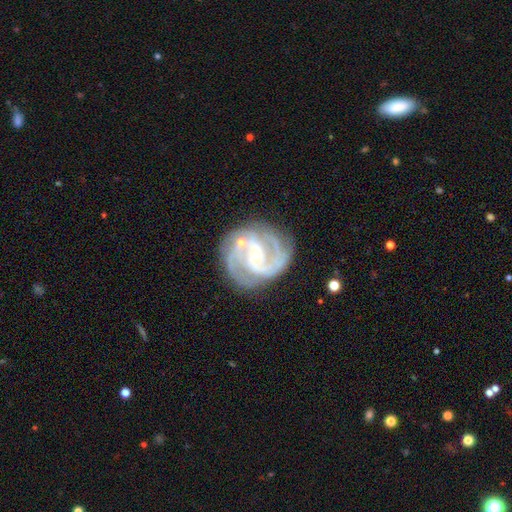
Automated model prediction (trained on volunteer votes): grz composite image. It shows a featured or disk galaxy (90%) with no bar (46%), 2 (51%) medium (46%, tied with tight) spiral arms (98%) and a small central bulge (74%). Merging: none (70%).